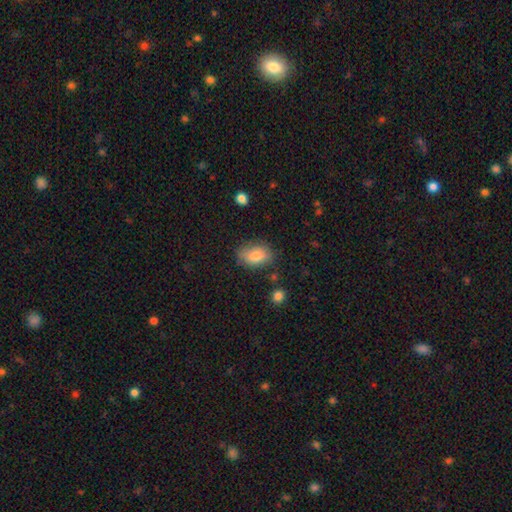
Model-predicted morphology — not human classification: smooth 81%, featured or disk 11%, star or artifact 8%. Down the decision tree: how rounded — in between (86%); merging — none (73%).